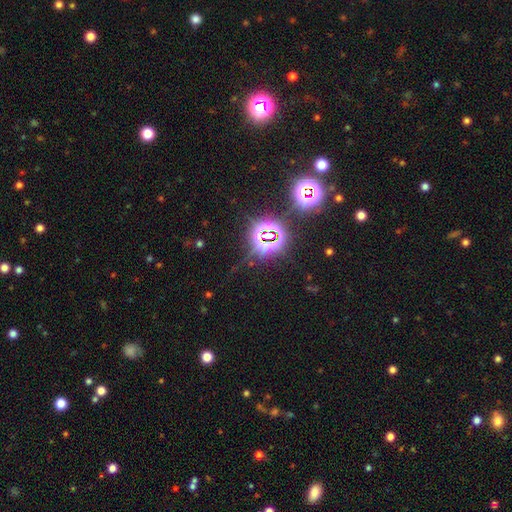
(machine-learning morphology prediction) star or artifact 82%, smooth 11%, featured or disk 7%.